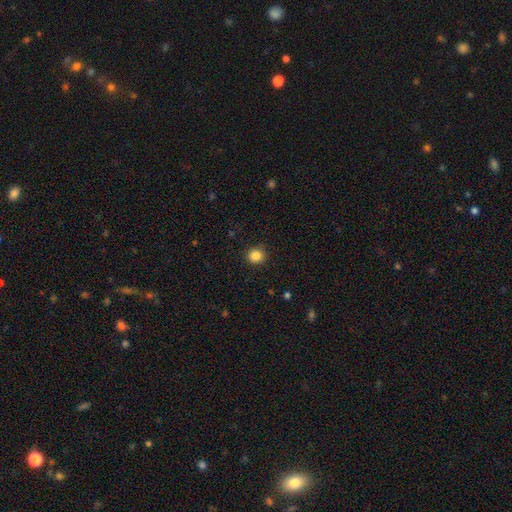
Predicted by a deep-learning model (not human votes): smooth-or-featured: smooth: 85% | star or artifact: 11% | featured or disk: 4%
  how-rounded: round: 87% | in between: 13% | cigar-shaped: 1%
  merging: none: 90% | minor disturbance: 7% | major disturbance: 2% | merger: 1%